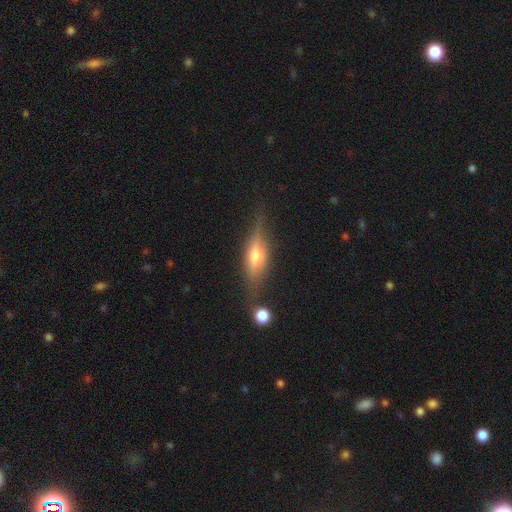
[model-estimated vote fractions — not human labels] Smooth or featured: featured or disk — 65% (smooth — 26%)
Edge-on disk: yes — 93% (no — 7%)
Edge-on bulge: rounded — 84% (boxy — 11%)
Merging: none — 79% (minor disturbance — 14%)